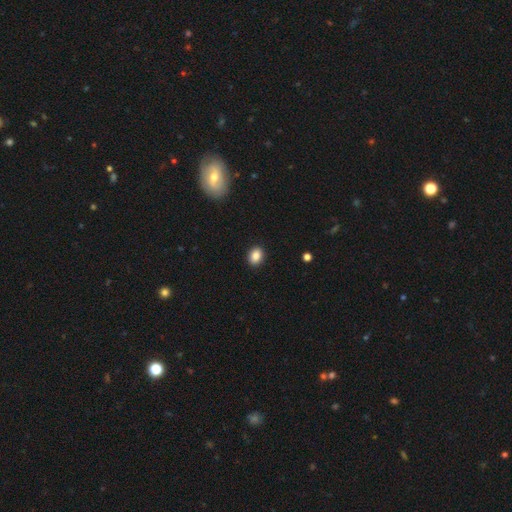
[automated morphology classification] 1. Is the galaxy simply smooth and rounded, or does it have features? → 86% smooth, 9% star or artifact, 5% featured or disk.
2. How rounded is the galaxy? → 61% in between, 38% round, 1% cigar-shaped.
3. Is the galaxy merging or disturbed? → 90% none, 7% minor disturbance, 2% major disturbance, 1% merger.